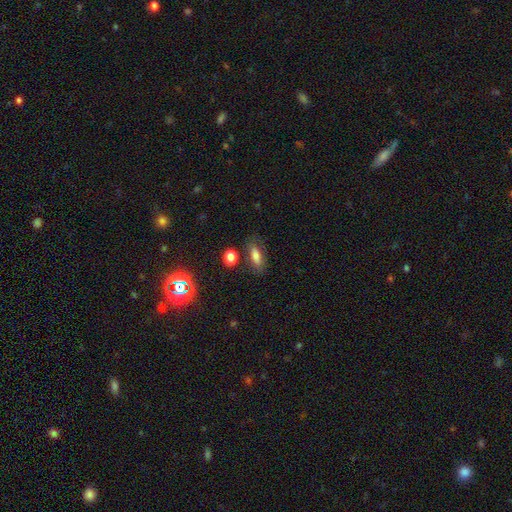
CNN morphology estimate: Overall: smooth (73%). How rounded: in between (68%). Merging: none (76%).